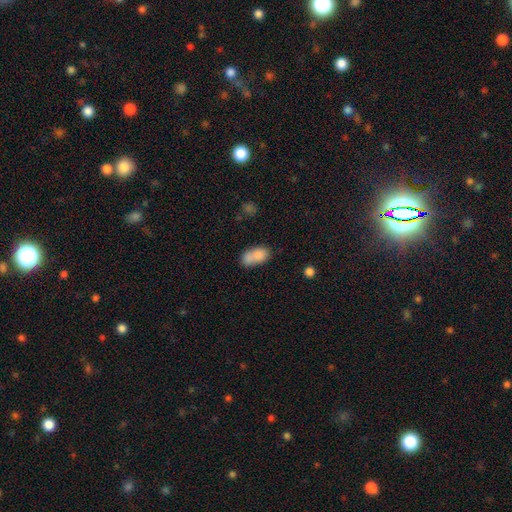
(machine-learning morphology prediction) Smooth or featured? Predicted: smooth (p=0.80). How rounded? Predicted: in between (p=0.88). Merging? Predicted: none (p=0.40).